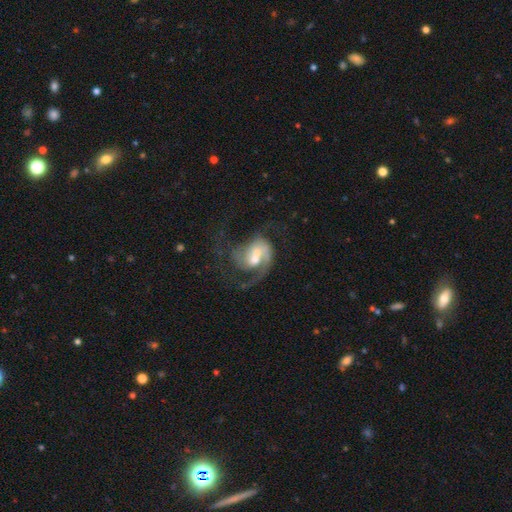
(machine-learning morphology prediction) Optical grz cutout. It shows a featured or disk galaxy (76%) with no bar (58%), 1 (51%) medium (43%) spiral arms (87%) and a moderate central bulge (54%). Merging: merger (39%).